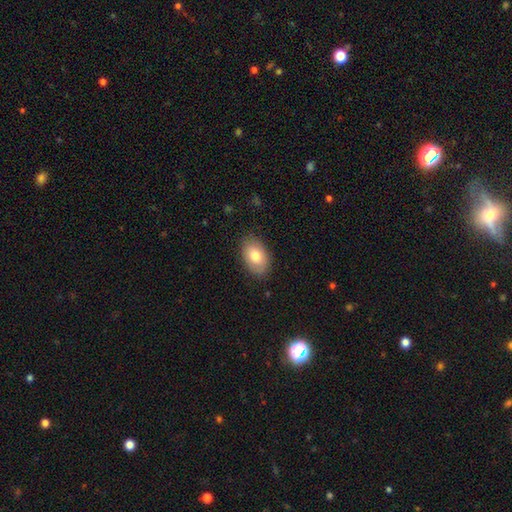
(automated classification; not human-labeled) A smooth galaxy with no disk features (77%) that is in between round and cigar-shaped (89%).

Vote fractions:
- Smooth or featured? smooth: 77% / featured or disk: 16% / star or artifact: 7%
- How rounded? in between: 89% / round: 10% / cigar-shaped: 1%
- Merging? none: 84% / minor disturbance: 12% / major disturbance: 3% / merger: 1%